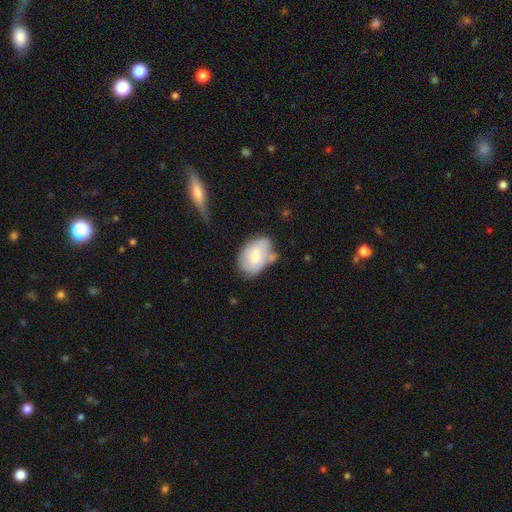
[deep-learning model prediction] smooth 65%, featured or disk 28%, star or artifact 7%. Down the decision tree: how rounded — in between (86%); merging — none (56%).